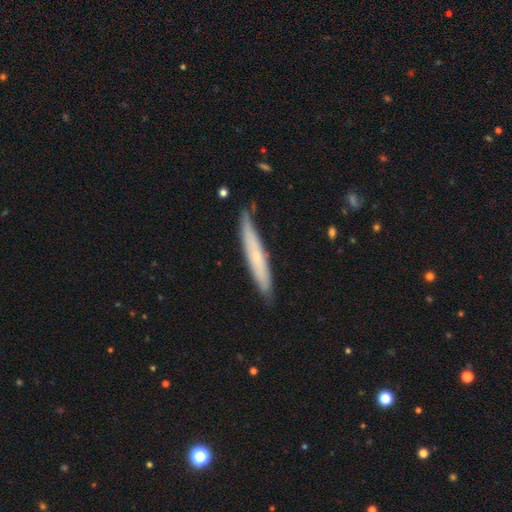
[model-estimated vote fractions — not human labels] Morphology: type=smooth (54%); roundness=cigar-shaped (94%); merging=none (79%).